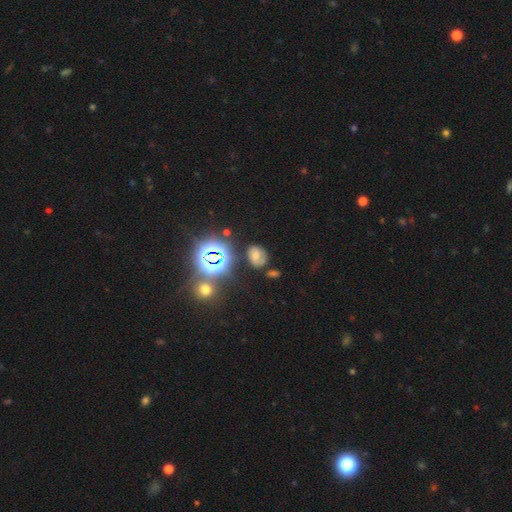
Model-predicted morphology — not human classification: The model was most divided on "smooth or featured": smooth: 49%, star or artifact: 27%, featured or disk: 24%. More confident: merging — none (60%).